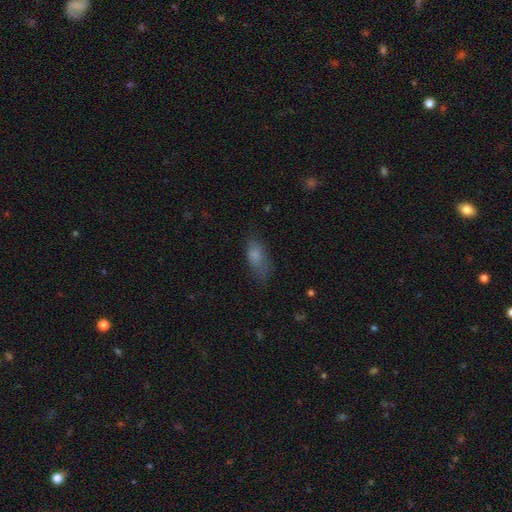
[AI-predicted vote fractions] This appears to be a smooth galaxy with no disk features (76%) that is in between round and cigar-shaped (80%). Merging: none (60%).